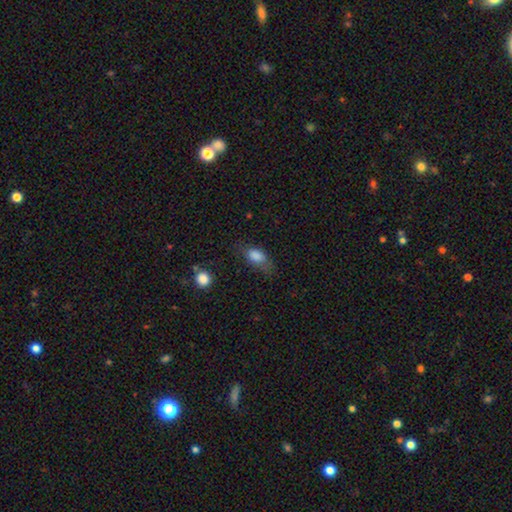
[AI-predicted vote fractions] A smooth galaxy with no disk features (79%) that is in between round and cigar-shaped (83%).

Vote fractions:
- Smooth or featured? smooth: 79% / featured or disk: 11% / star or artifact: 9%
- How rounded? in between: 83% / cigar-shaped: 9% / round: 8%
- Merging? none: 50% / minor disturbance: 30% / major disturbance: 17% / merger: 3%